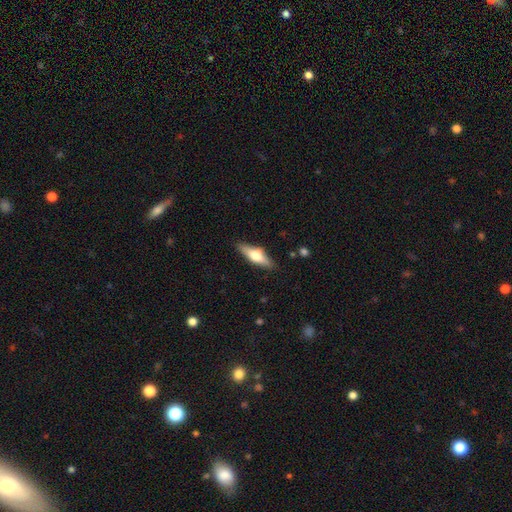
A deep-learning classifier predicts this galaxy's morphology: This is possibly a featured or disk galaxy (47%, tied with smooth). Merging: clearly none (84%).